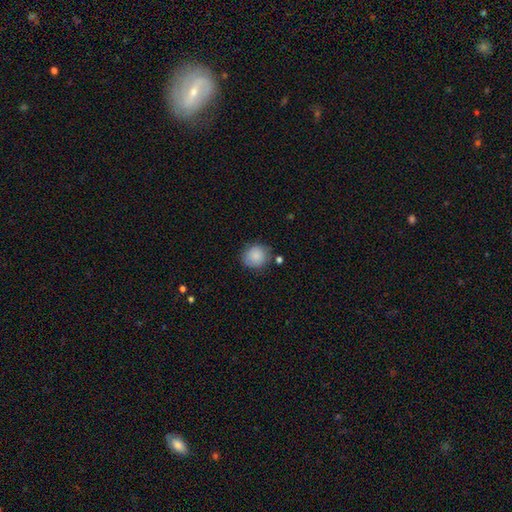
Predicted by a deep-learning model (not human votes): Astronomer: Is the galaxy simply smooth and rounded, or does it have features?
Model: smooth — 86%.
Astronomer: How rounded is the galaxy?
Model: round — 84%.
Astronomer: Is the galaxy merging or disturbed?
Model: none — 75%.